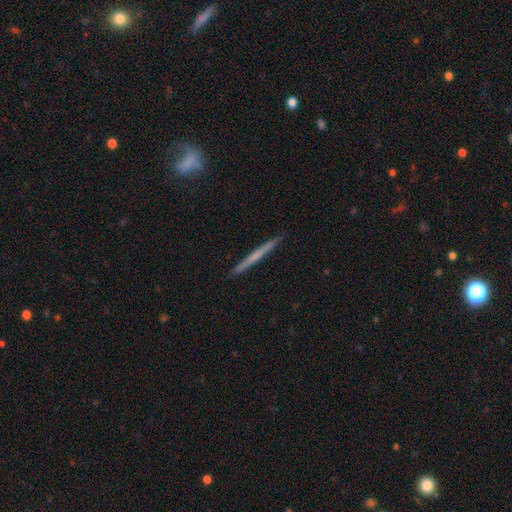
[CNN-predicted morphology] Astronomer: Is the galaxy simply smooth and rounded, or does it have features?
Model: featured or disk — 50% (runner-up: smooth, 44%).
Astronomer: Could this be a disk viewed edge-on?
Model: yes — 97%.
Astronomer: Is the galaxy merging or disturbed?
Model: none — 92%.